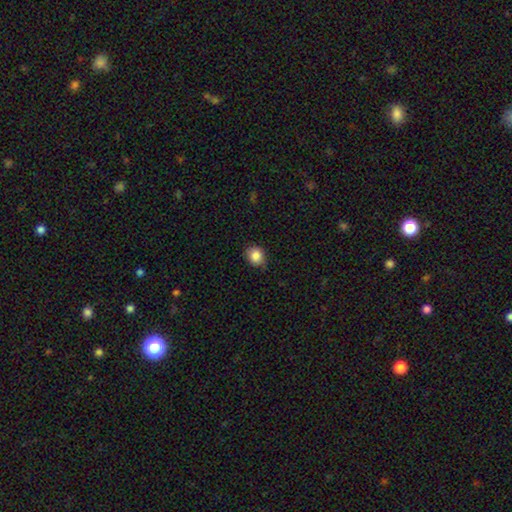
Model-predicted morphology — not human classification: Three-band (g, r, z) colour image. It shows a smooth galaxy with no disk features (86%) that is round (72%). Merging: none (80%).